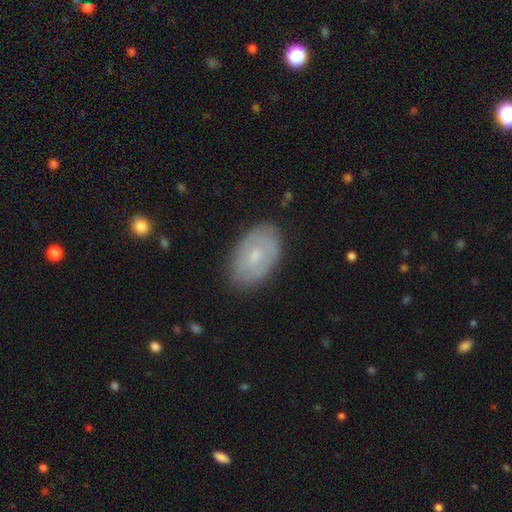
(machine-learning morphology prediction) This appears to be a featured or disk galaxy (47%). Merging: none (81%).